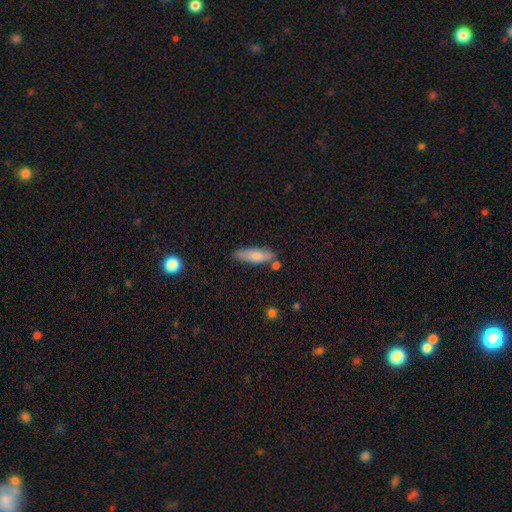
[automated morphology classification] This is likely a smooth galaxy (79%). How rounded: possibly cigar-shaped (53%). Merging: likely none (69%).